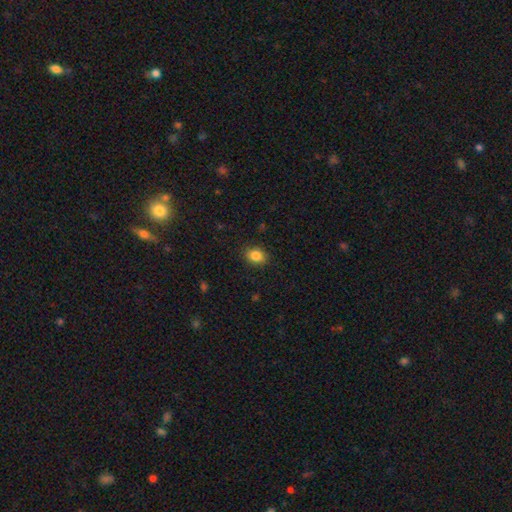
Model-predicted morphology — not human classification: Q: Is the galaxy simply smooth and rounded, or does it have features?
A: smooth — 86%.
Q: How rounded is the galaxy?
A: in between — 56%.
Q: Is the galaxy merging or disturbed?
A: none — 87%.